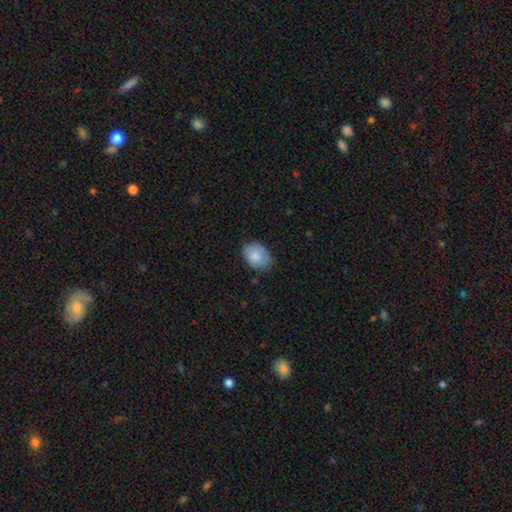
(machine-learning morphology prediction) type=smooth (81%); roundness=in between (61%); merging=none (71%).